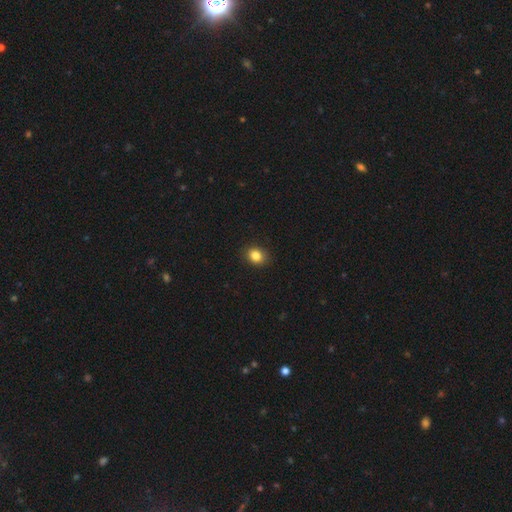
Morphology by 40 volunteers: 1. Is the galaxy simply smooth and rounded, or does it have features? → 92% smooth, 5% star or artifact, 2% featured or disk.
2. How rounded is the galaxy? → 51% round, 49% in between, 0% cigar-shaped.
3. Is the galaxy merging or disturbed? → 82% none, 13% minor disturbance, 5% major disturbance, 0% merger.